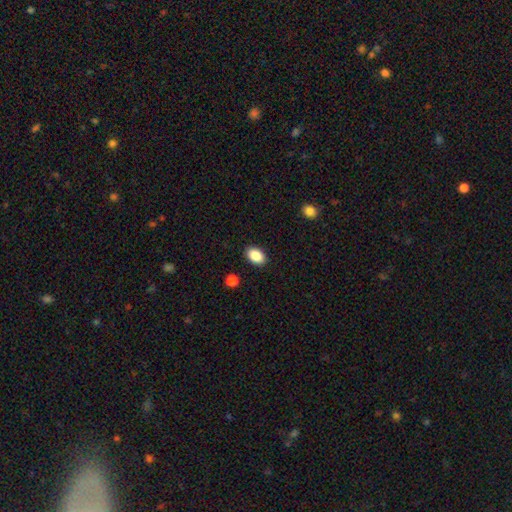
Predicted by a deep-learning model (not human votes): Overall: smooth (88%). How rounded: in between (85%). Merging: none (89%).